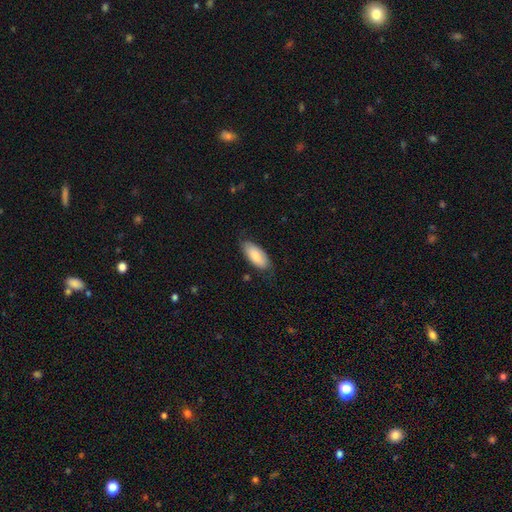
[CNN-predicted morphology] Overall: smooth (81%). How rounded: in between (89%). Merging: none (74%).